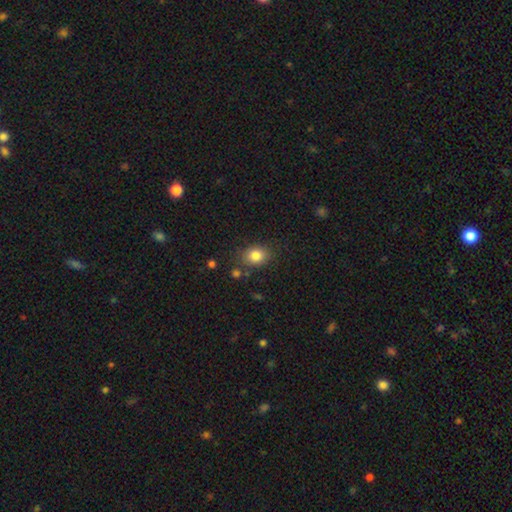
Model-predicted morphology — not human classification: type=smooth (83%); roundness=in between (51%); merging=none (78%).